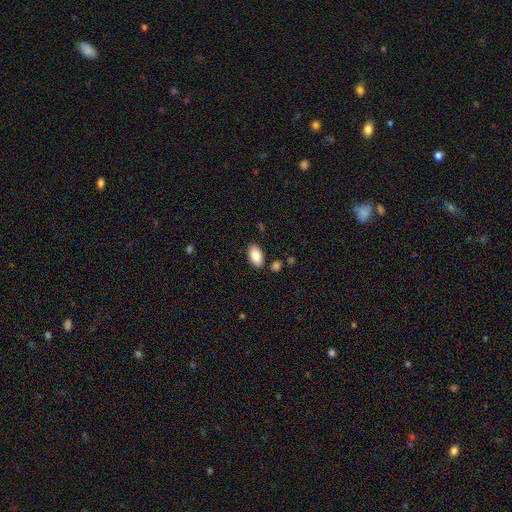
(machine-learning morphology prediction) smooth 86%, featured or disk 7%, star or artifact 7%. Down the decision tree: how rounded — in between (95%); merging — none (86%).